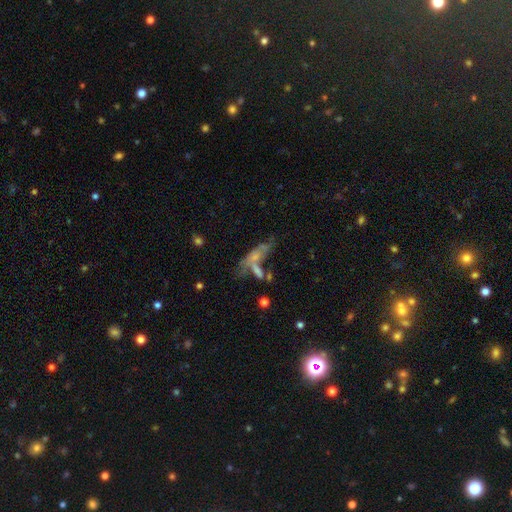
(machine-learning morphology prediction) Smooth or featured? featured or disk (49%)
Merging? merger (33%)